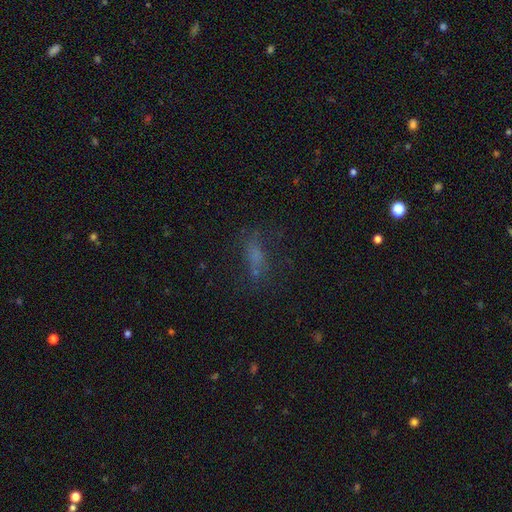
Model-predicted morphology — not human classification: type=smooth (53%); roundness=in between (63%); merging=none (55%).